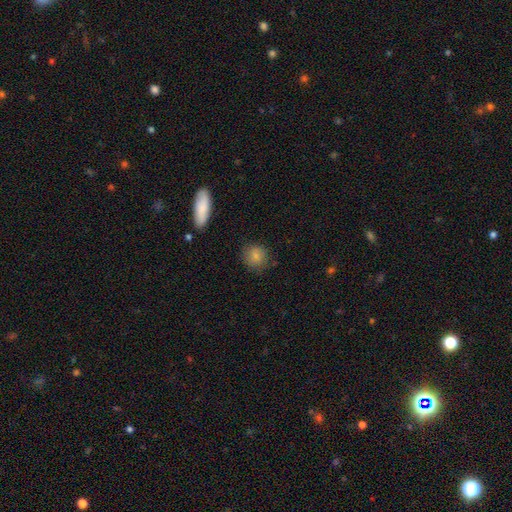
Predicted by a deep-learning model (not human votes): A smooth galaxy with no disk features (82%) that is round (86%). Merging: none (80%).